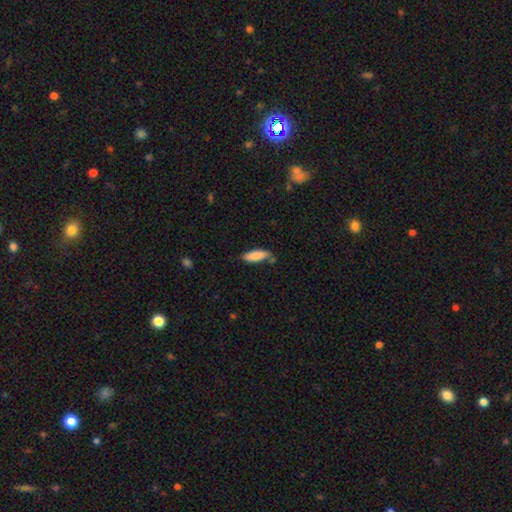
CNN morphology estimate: The model was most divided on "how rounded": in between: 59%, cigar-shaped: 40%, round: 2%. More confident: smooth or featured — smooth (85%); merging — none (71%).